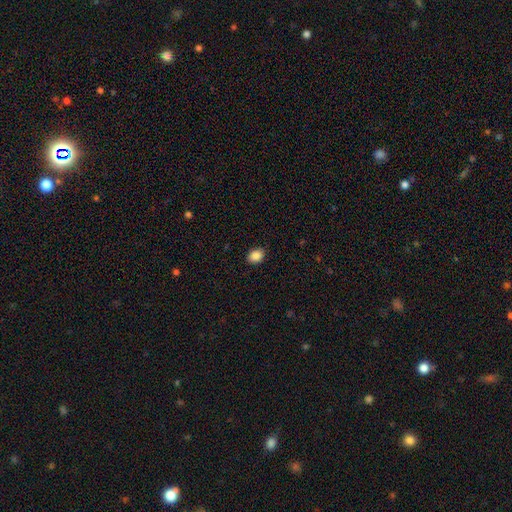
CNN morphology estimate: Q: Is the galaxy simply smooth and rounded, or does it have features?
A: smooth — 88%.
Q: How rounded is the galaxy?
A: in between — 60%.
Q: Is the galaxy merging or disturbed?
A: none — 89%.